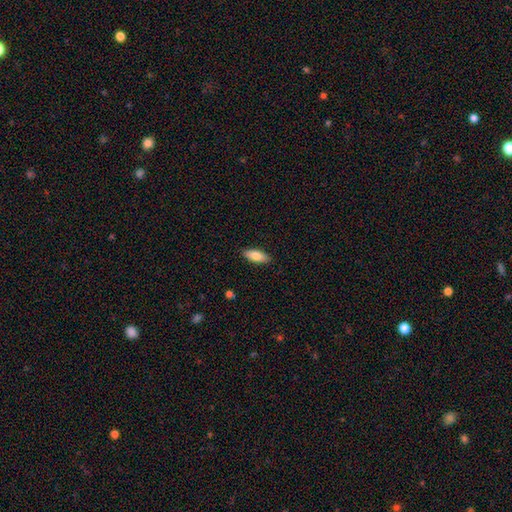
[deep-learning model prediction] This appears to be a smooth galaxy with no disk features (81%) that is in between round and cigar-shaped (75%). Merging: none (88%).